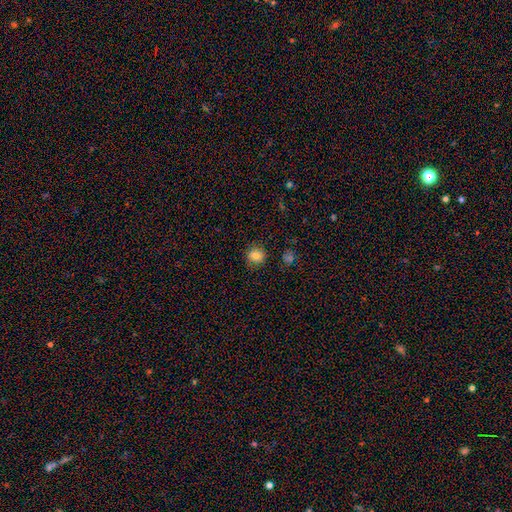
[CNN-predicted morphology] Overall: smooth (82%). How rounded: round (88%). Merging: none (88%).